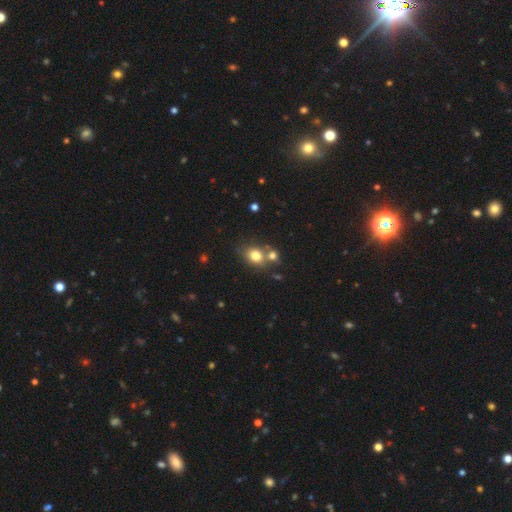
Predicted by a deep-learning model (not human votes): Smooth or featured? Predicted: smooth (p=0.78). How rounded? Predicted: round (p=0.54). Merging? Predicted: none (p=0.53).